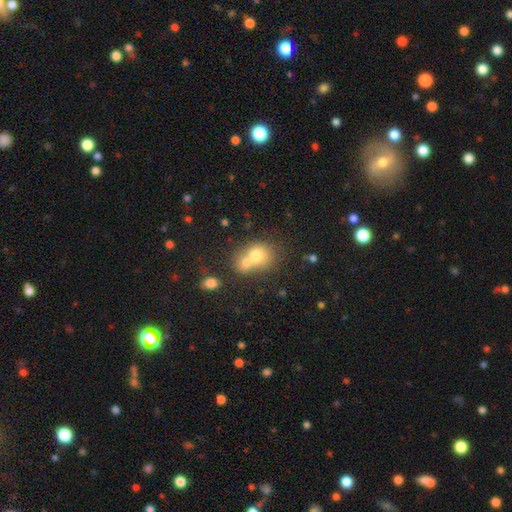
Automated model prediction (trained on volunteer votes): Morphology: type=smooth (69%); roundness=round (63%); merging=merger (63%).